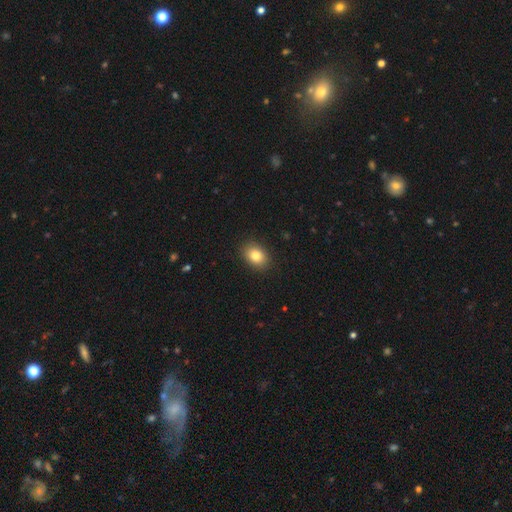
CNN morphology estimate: Smooth or featured? smooth (83%)
How rounded? in between (69%)
Merging? none (89%)